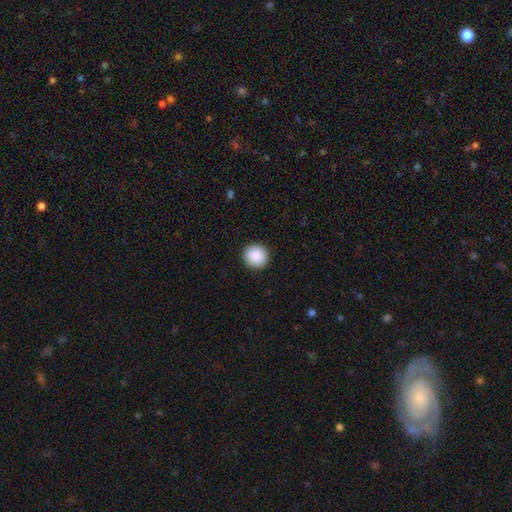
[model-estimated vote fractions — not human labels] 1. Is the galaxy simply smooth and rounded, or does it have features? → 89% smooth, 8% star or artifact, 3% featured or disk.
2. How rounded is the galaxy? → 91% round, 8% in between, 1% cigar-shaped.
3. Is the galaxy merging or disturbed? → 92% none, 5% minor disturbance, 2% major disturbance, 1% merger.